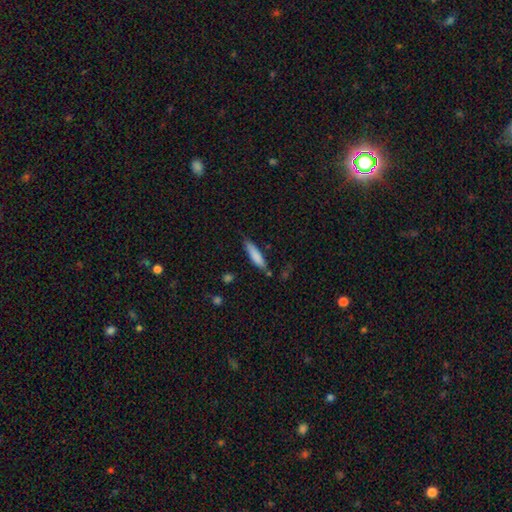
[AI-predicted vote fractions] Smooth or featured? Predicted: smooth (p=0.83). How rounded? Predicted: cigar-shaped (p=0.75). Merging? Predicted: none (p=0.72).